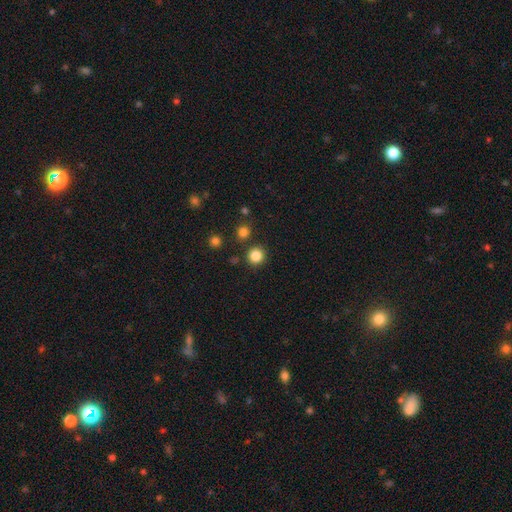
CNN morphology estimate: smooth_or_featured: smooth (p=0.84) [alt: star or artifact p=0.12]
how_rounded: round (p=0.94) [alt: in between p=0.05]
merging: none (p=0.88) [alt: minor disturbance p=0.06]